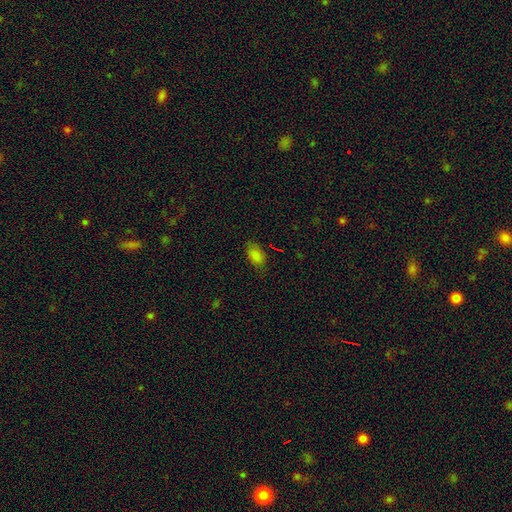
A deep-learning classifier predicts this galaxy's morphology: Overall: smooth (82%). How rounded: in between (92%). Merging: none (76%).